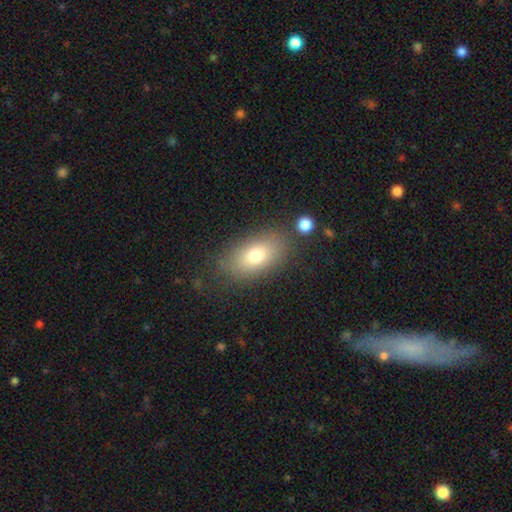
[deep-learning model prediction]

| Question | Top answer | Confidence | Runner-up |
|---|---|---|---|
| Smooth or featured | smooth | 74% | featured or disk (16%) |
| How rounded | in between | 88% | round (9%) |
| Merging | none | 79% | minor disturbance (12%) |